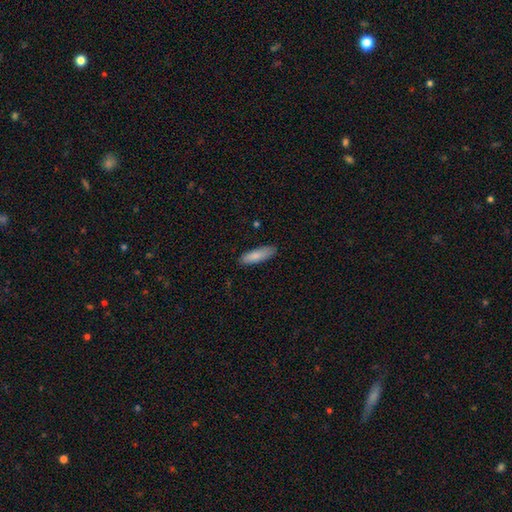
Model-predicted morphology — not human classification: This is clearly a smooth galaxy (85%). How rounded: possibly cigar-shaped (51%). Merging: clearly none (84%).